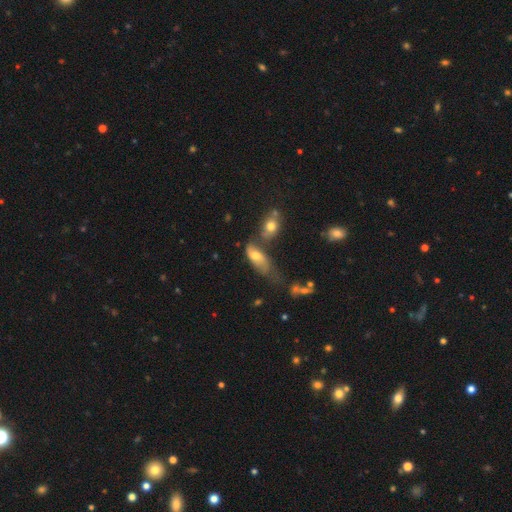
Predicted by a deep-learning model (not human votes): Morphology: type=smooth (61%); roundness=in between (84%); merging=merger (32%).